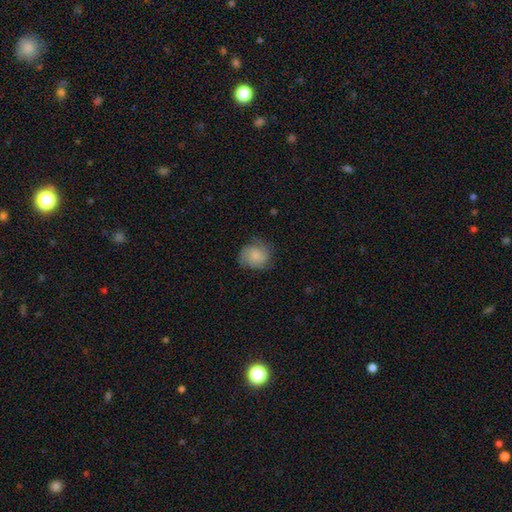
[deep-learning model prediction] Overall: featured or disk (46%, tied with smooth). Merging: none (74%).